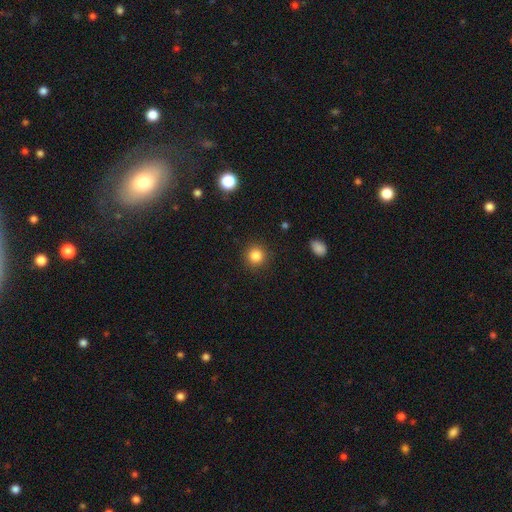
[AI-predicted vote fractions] Q: Smooth or featured?
A: smooth (85%); runner-up: star or artifact (11%)
Q: How rounded?
A: round (93%); runner-up: in between (6%)
Q: Merging?
A: none (90%); runner-up: minor disturbance (6%)